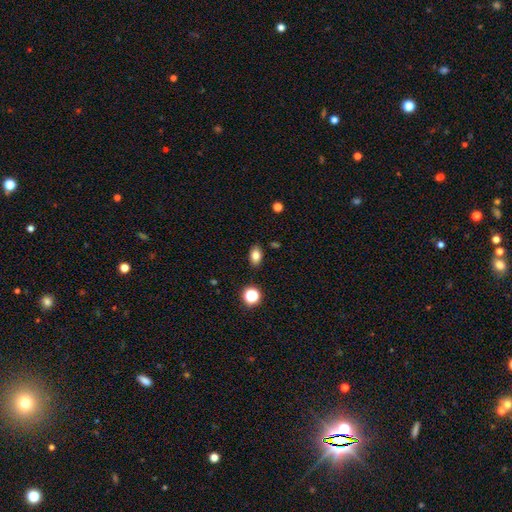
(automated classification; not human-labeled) Smooth or featured?
  - smooth: 81% *
  - star or artifact: 11%
  - featured or disk: 8%
How rounded?
  - in between: 83% *
  - round: 15%
  - cigar-shaped: 2%
Merging?
  - none: 87% *
  - minor disturbance: 9%
  - major disturbance: 2%
  - merger: 2%